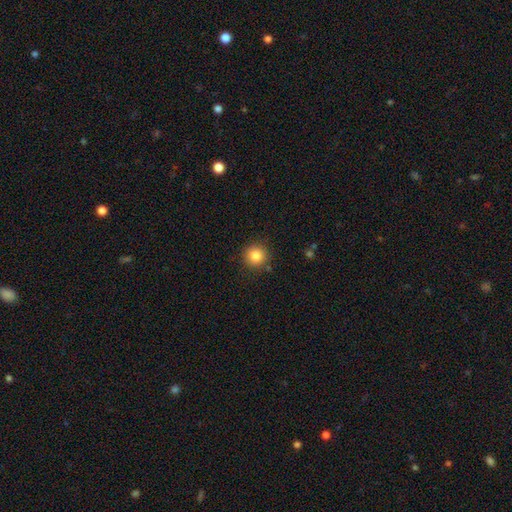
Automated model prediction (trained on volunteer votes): Morphology: type=smooth (85%); roundness=round (94%); merging=none (88%).